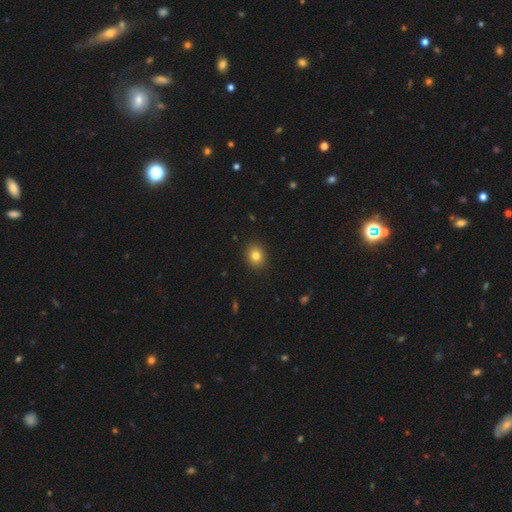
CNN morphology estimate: Smooth or featured?
  - smooth: 81% *
  - star or artifact: 11%
  - featured or disk: 7%
How rounded?
  - round: 69% *
  - in between: 30%
  - cigar-shaped: 1%
Merging?
  - none: 91% *
  - minor disturbance: 6%
  - major disturbance: 2%
  - merger: 1%